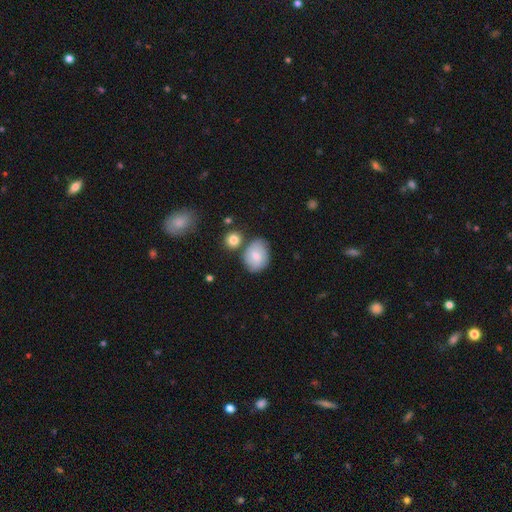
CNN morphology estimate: A smooth galaxy with no disk features (56%) that is in between round and cigar-shaped (53%).

Vote fractions:
- Smooth or featured? smooth: 56% / featured or disk: 36% / star or artifact: 8%
- How rounded? in between: 53% / round: 46% / cigar-shaped: 1%
- Merging? none: 63% / minor disturbance: 21% / merger: 11% / major disturbance: 5%